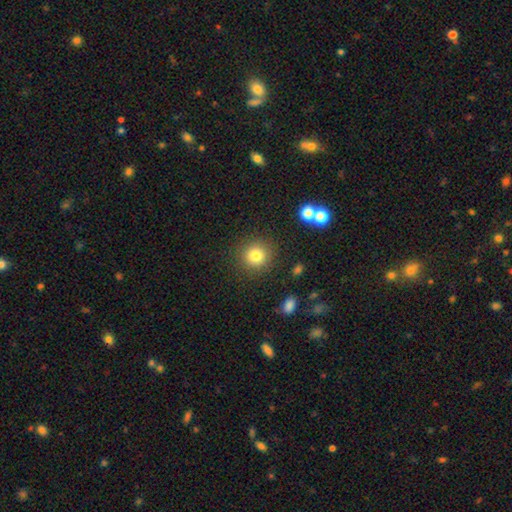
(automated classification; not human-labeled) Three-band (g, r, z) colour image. It shows a smooth galaxy with no disk features (80%) that is round (92%). Merging: none (87%).